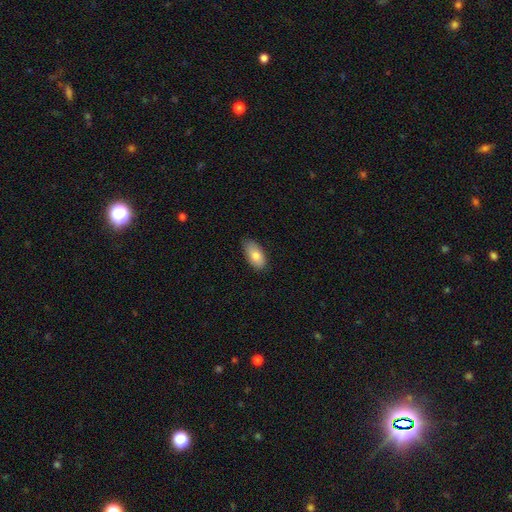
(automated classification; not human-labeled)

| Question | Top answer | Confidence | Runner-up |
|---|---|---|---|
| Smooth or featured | smooth | 79% | featured or disk (14%) |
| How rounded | in between | 93% | cigar-shaped (4%) |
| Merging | none | 77% | minor disturbance (20%) |